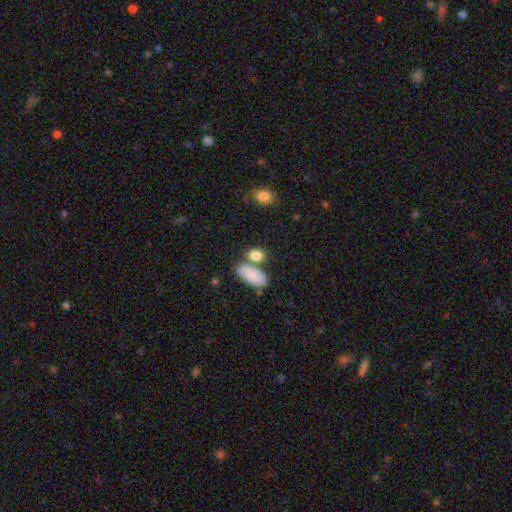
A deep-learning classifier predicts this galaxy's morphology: The model was most divided on "merging": none: 58%, merger: 25%, minor disturbance: 12%, major disturbance: 4%. More confident: smooth or featured — smooth (85%); how rounded — in between (76%).